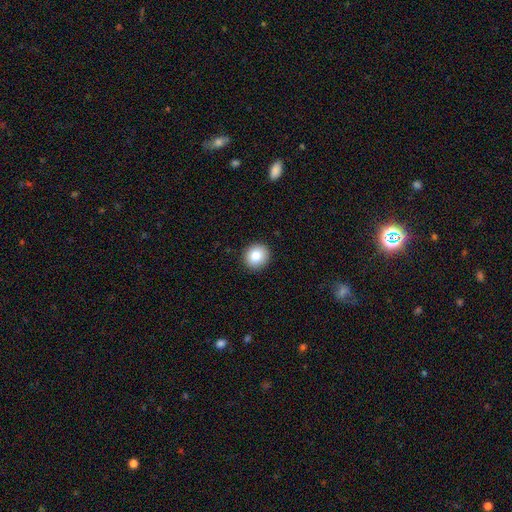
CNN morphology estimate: smooth 83%, star or artifact 9%, featured or disk 8%. Down the decision tree: how rounded — round (90%); merging — none (92%).